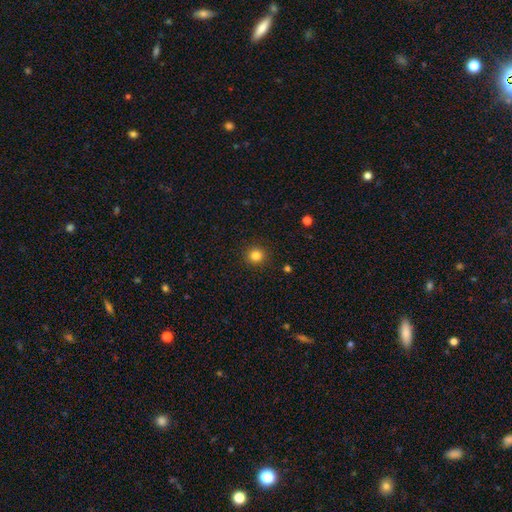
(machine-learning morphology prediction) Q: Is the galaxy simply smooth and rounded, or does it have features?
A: smooth — 83%.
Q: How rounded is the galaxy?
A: round — 94%.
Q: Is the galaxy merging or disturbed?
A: none — 92%.